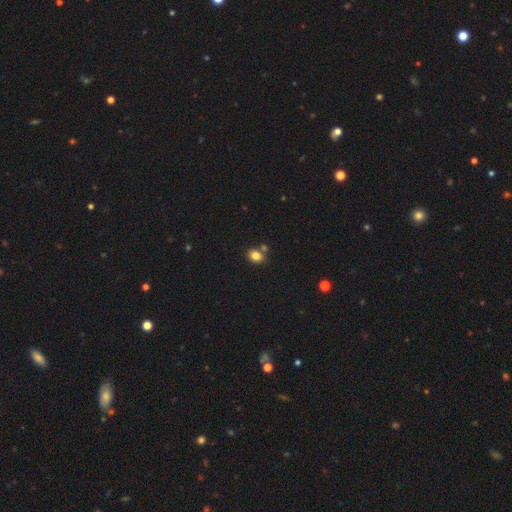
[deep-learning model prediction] Overall: smooth (83%). How rounded: in between (59%; round 40%). Merging: none (69%).